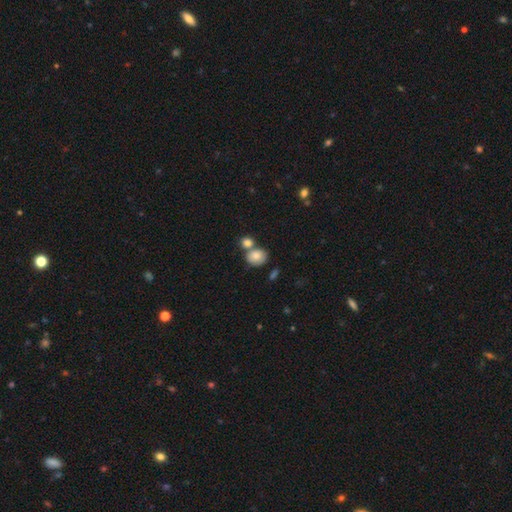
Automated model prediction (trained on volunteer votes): This appears to be a smooth galaxy with no disk features (81%) that is round (61%). Merging: none (49%).